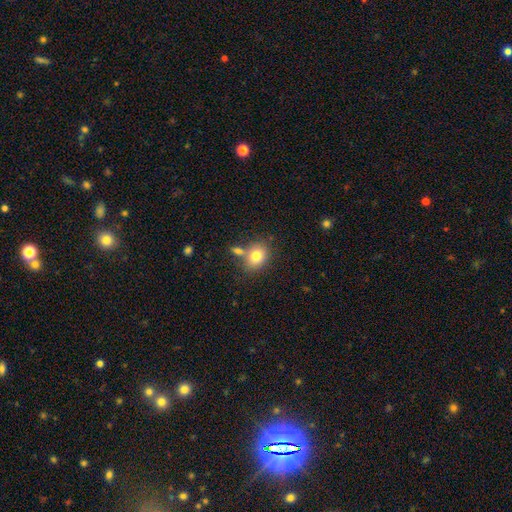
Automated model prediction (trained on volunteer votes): Smooth or featured?
  - smooth: 78% *
  - featured or disk: 13%
  - star or artifact: 10%
How rounded?
  - in between: 60% *
  - round: 39%
  - cigar-shaped: 1%
Merging?
  - none: 62% *
  - merger: 21%
  - minor disturbance: 13%
  - major disturbance: 4%